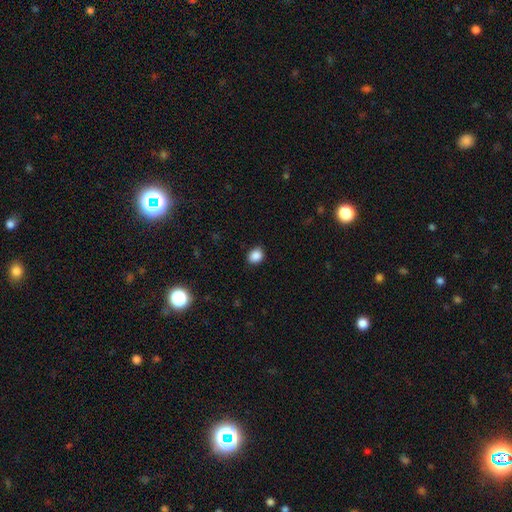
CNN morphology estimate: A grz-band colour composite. It shows a smooth galaxy with no disk features (87%) that is round (59%). Merging: none (88%).